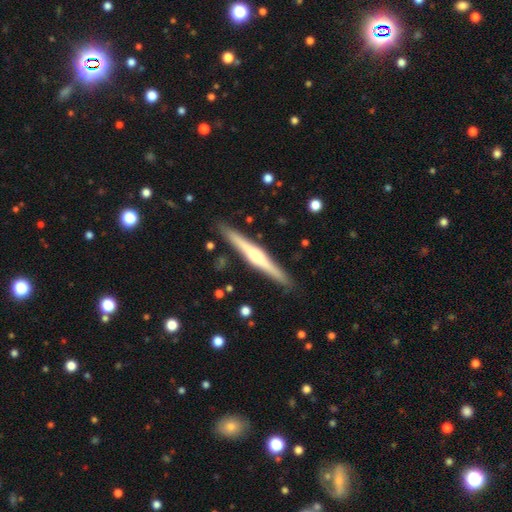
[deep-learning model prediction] Morphology: type=featured or disk (68%); edge-on=yes (97%); edge-on bulge=rounded (79%); merging=none (89%).